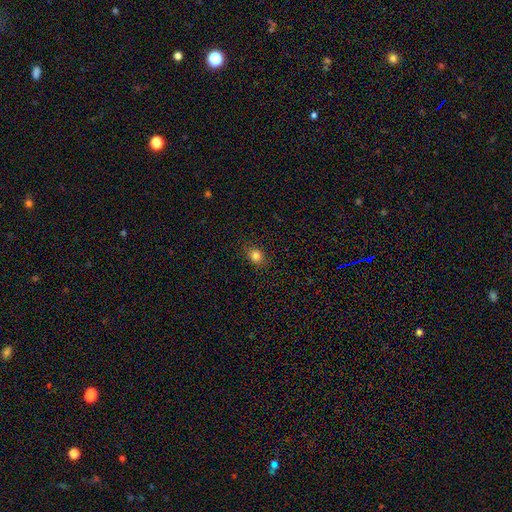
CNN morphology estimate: Smooth or featured?
  - smooth: 82% *
  - star or artifact: 13%
  - featured or disk: 5%
How rounded?
  - round: 67% *
  - in between: 32%
  - cigar-shaped: 1%
Merging?
  - none: 87% *
  - minor disturbance: 9%
  - major disturbance: 2%
  - merger: 1%